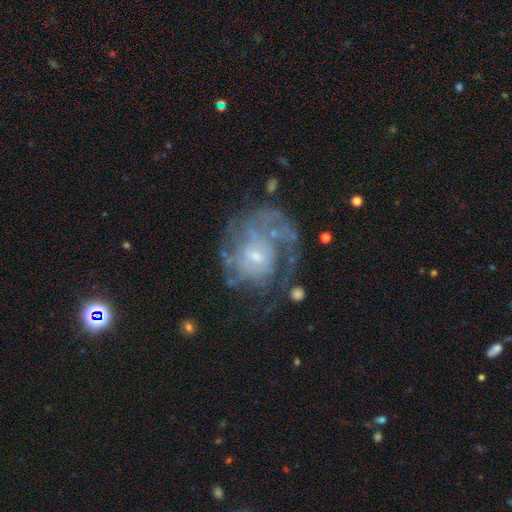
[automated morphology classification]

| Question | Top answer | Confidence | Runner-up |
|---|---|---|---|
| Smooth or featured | featured or disk | 77% | smooth (14%) |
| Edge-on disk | no | 98% | yes (2%) |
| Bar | no | 60% | weak (34%) |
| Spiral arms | yes | 80% | no (20%) |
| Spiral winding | tight | 44% | medium (36%) |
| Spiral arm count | can't tell | 44% | 2 (20%) |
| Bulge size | small | 62% | moderate (29%) |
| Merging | none | 52% | major disturbance (26%) |